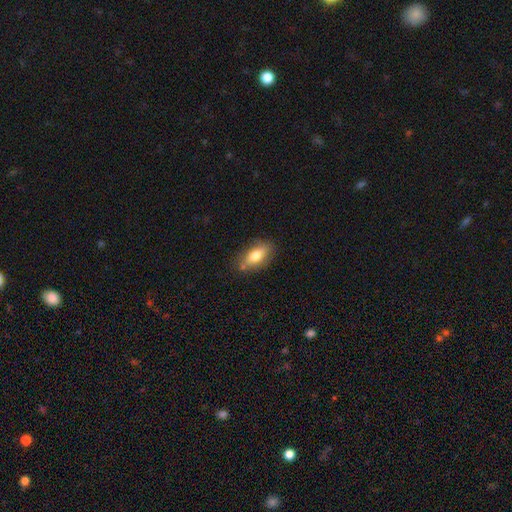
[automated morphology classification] A smooth galaxy with no disk features (75%) that is in between round and cigar-shaped (81%). Merging: none (74%).